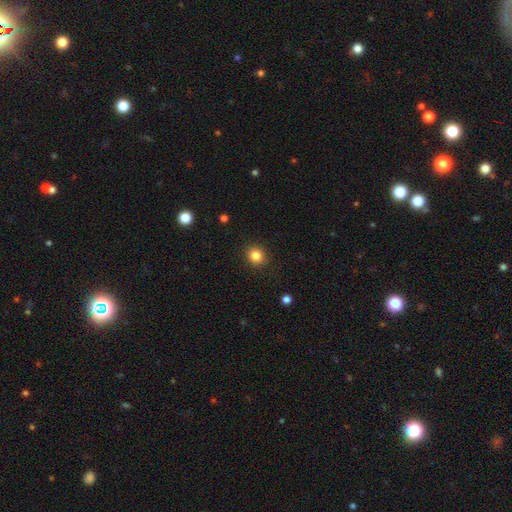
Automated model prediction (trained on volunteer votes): smooth_or_featured: smooth (p=0.84) [alt: star or artifact p=0.11]
how_rounded: round (p=0.83) [alt: in between p=0.16]
merging: none (p=0.91) [alt: minor disturbance p=0.06]